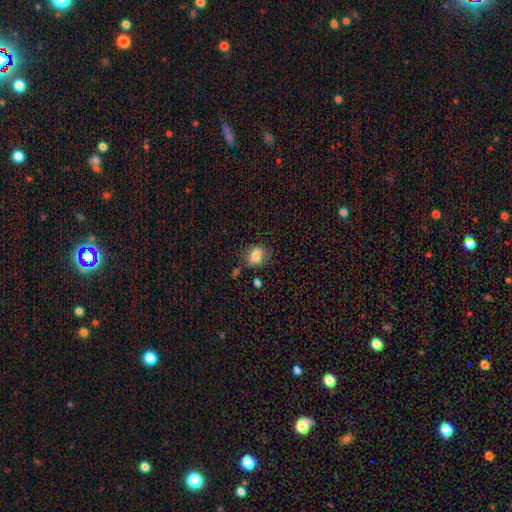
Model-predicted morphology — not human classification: smooth_or_featured: smooth (p=0.81) [alt: star or artifact p=0.10]
how_rounded: in between (p=0.57) [alt: round p=0.42]
merging: none (p=0.64) [alt: minor disturbance p=0.22]